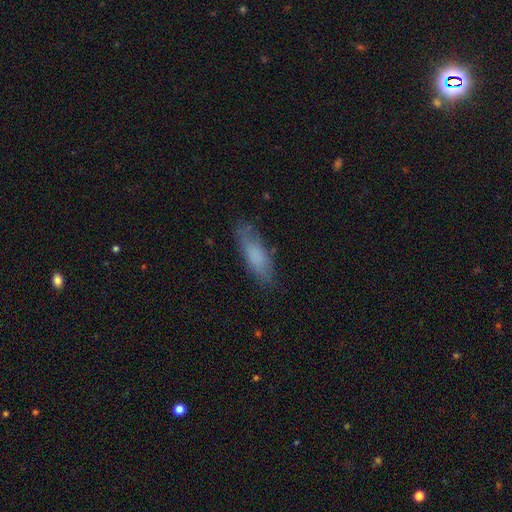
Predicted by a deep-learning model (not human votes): smooth_or_featured: smooth (p=0.75) [alt: featured or disk p=0.18]
how_rounded: in between (p=0.54) [alt: cigar-shaped p=0.44]
merging: none (p=0.74) [alt: minor disturbance p=0.19]